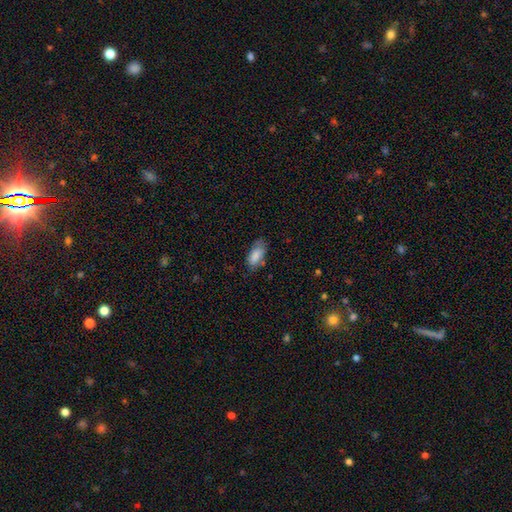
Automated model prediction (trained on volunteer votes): smooth_or_featured: smooth (p=0.84) [alt: featured or disk p=0.09]
how_rounded: in between (p=0.87) [alt: cigar-shaped p=0.11]
merging: none (p=0.66) [alt: minor disturbance p=0.25]